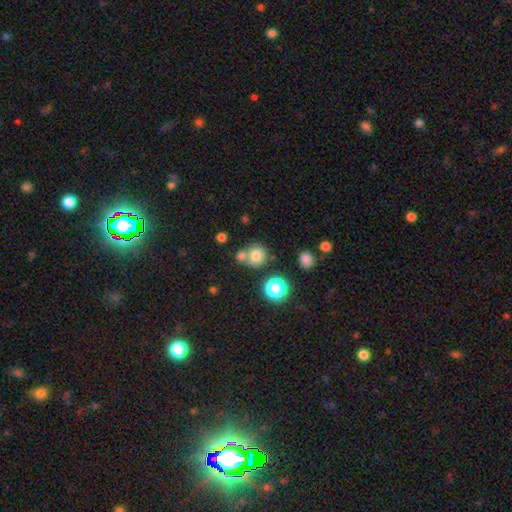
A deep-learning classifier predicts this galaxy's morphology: This is likely a smooth galaxy (75%). How rounded: clearly round (86%). Merging: possibly none (57%).